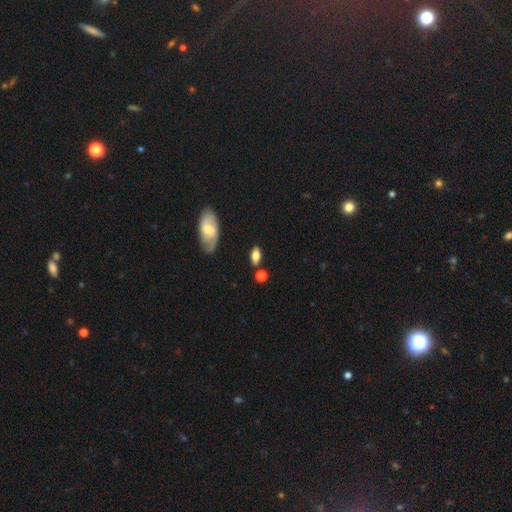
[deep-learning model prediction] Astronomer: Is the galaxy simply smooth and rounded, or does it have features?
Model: smooth — 74%.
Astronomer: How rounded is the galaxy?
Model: in between — 83%.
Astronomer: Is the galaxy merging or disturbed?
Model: none — 74%.